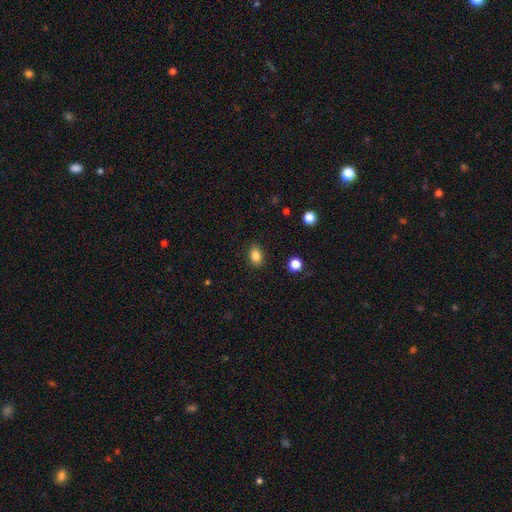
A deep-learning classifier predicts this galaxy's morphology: Q: Smooth or featured?
A: smooth (84%); runner-up: star or artifact (10%)
Q: How rounded?
A: in between (77%); runner-up: round (21%)
Q: Merging?
A: none (88%); runner-up: minor disturbance (9%)